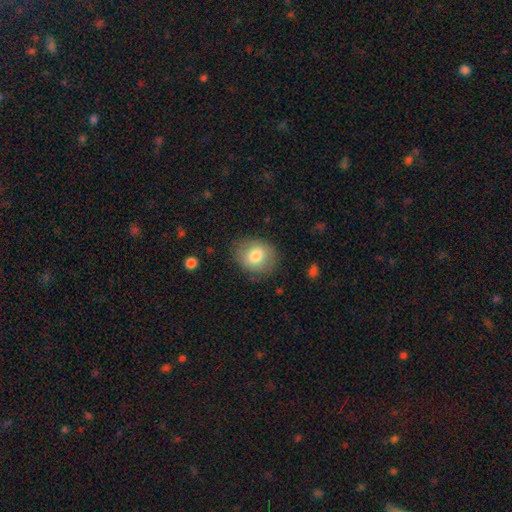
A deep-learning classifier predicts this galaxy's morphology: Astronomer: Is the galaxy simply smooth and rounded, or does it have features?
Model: smooth — 78%.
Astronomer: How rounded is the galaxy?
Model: round — 64%.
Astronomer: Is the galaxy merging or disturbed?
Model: none — 79%.